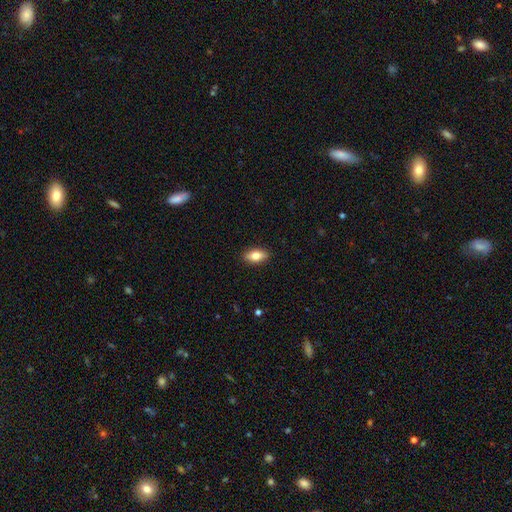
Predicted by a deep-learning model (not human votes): Smooth or featured? smooth (73%)
How rounded? in between (84%)
Merging? none (89%)